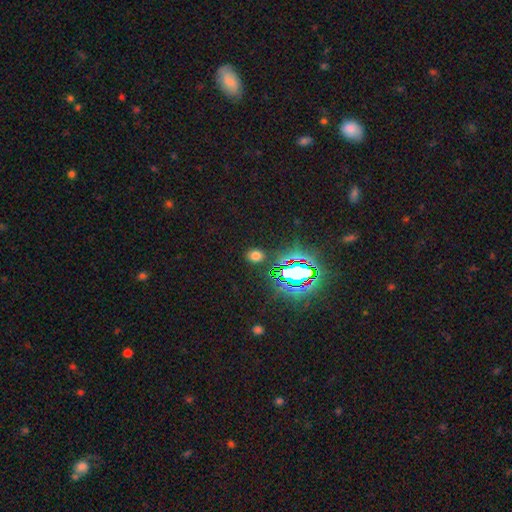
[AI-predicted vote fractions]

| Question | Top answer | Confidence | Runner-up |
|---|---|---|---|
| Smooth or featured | smooth | 63% | star or artifact (31%) |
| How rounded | round | 53% | in between (45%) |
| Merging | none | 87% | minor disturbance (8%) |